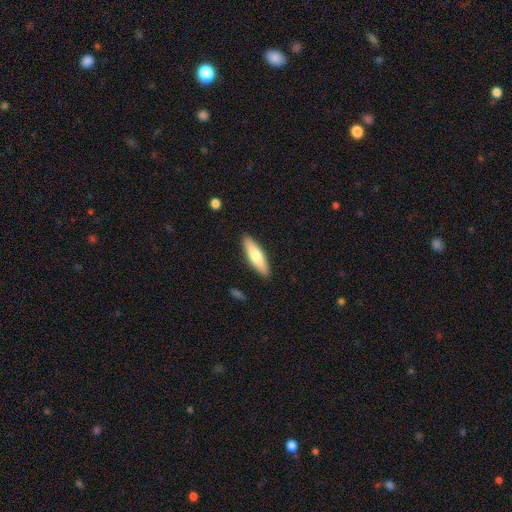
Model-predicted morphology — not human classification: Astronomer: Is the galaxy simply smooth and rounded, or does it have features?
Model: smooth — 69%.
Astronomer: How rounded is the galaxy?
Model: cigar-shaped — 61% (runner-up: in between, 37%).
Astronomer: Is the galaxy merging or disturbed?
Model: none — 89%.